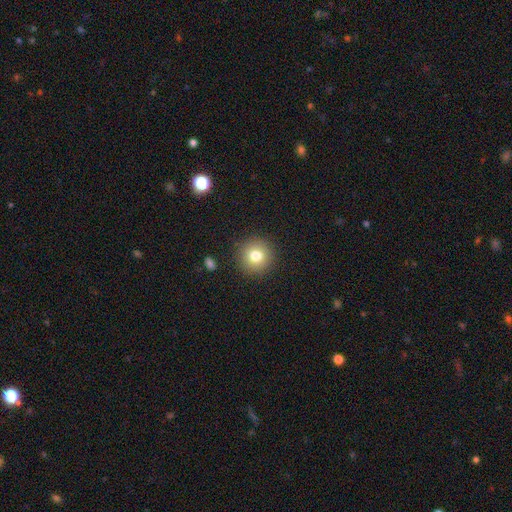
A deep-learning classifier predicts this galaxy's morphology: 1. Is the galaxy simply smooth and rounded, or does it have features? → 78% smooth, 11% star or artifact, 10% featured or disk.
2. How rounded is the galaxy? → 94% round, 5% in between, 1% cigar-shaped.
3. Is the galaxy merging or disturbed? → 90% none, 6% minor disturbance, 2% major disturbance, 1% merger.